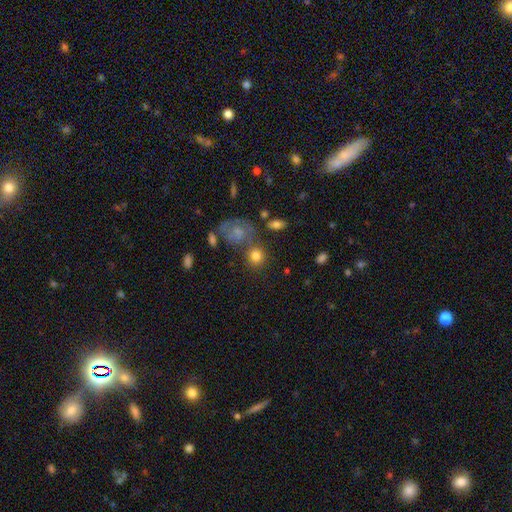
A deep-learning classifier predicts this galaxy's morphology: smooth_or_featured: smooth (p=0.80) [alt: featured or disk p=0.10]
how_rounded: round (p=0.83) [alt: in between p=0.16]
merging: none (p=0.65) [alt: merger p=0.17]